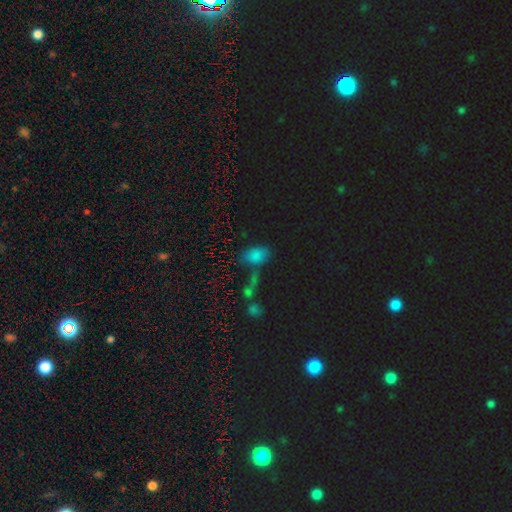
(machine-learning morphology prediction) Smooth or featured?
  - smooth: 65% *
  - star or artifact: 26%
  - featured or disk: 9%
How rounded?
  - in between: 84% *
  - round: 12%
  - cigar-shaped: 4%
Merging?
  - none: 44% *
  - merger: 31%
  - minor disturbance: 15%
  - major disturbance: 11%